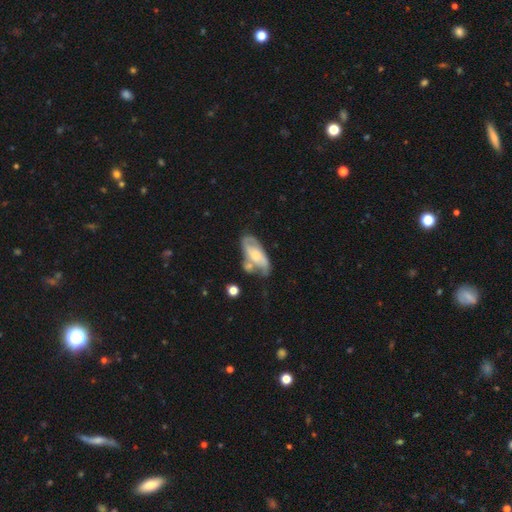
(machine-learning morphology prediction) type=featured or disk (66%); edge-on=no (91%); bar=no (58%); spiral arms=yes (83%); bulge=moderate (48%); merging=none (43%).